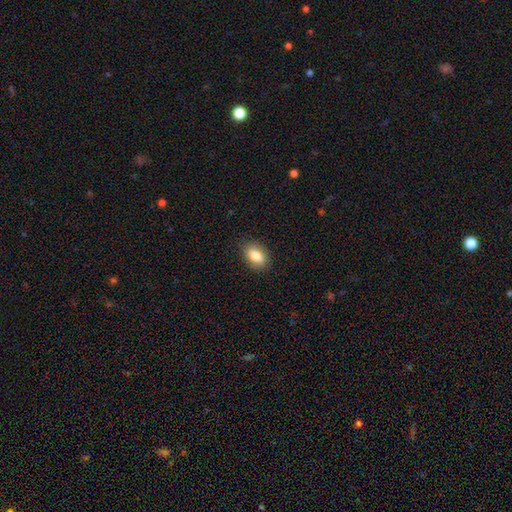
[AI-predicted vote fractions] Morphology: type=smooth (82%); roundness=in between (85%); merging=none (84%).